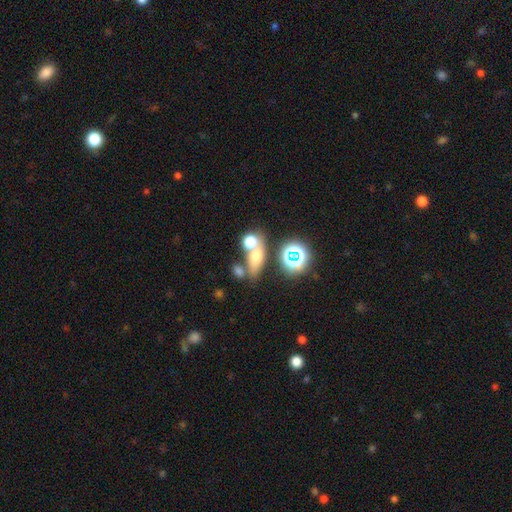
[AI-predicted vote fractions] This is possibly a smooth galaxy (60%). How rounded: possibly in between (54%). Merging: possibly none (50%).